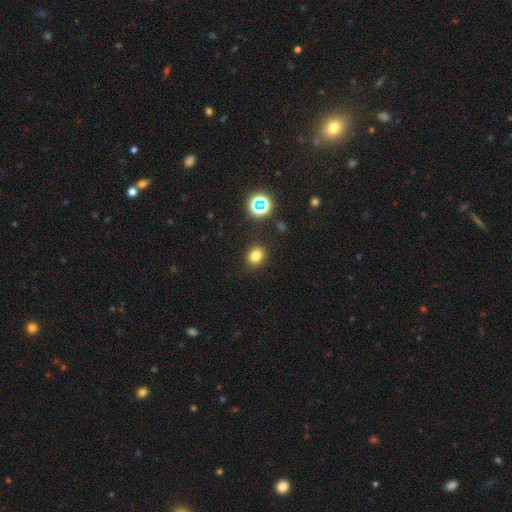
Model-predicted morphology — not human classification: This appears to be a smooth galaxy with no disk features (77%) that is round (59%). Merging: none (87%).